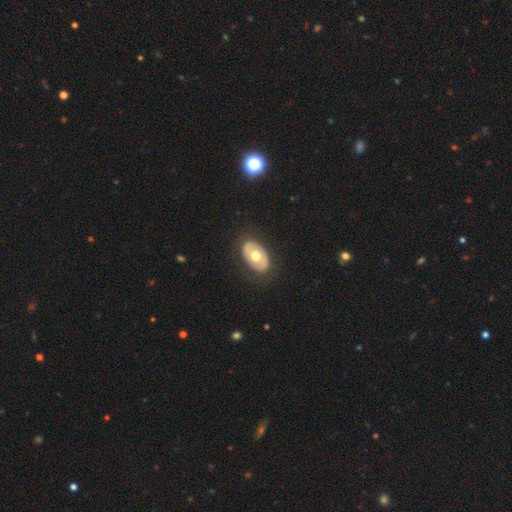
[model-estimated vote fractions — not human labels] Q: Smooth or featured?
A: smooth (49%); runner-up: featured or disk (46%)
Q: Merging?
A: none (84%); runner-up: minor disturbance (11%)